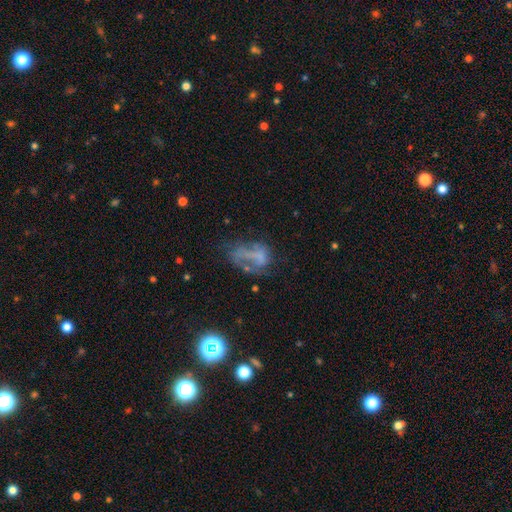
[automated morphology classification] Smooth or featured? featured or disk (47%)
Merging? major disturbance (40%)